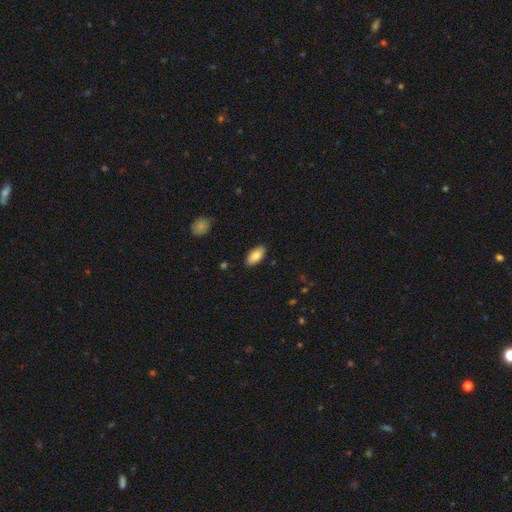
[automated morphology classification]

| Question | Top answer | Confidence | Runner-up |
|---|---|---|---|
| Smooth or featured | smooth | 84% | featured or disk (10%) |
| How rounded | in between | 91% | cigar-shaped (7%) |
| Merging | none | 87% | minor disturbance (9%) |